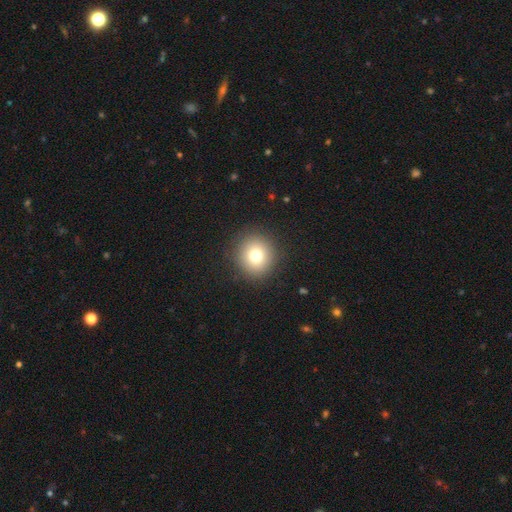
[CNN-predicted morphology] smooth-or-featured: smooth: 76% | star or artifact: 13% | featured or disk: 11%
  how-rounded: round: 91% | in between: 8% | cigar-shaped: 1%
  merging: none: 90% | minor disturbance: 6% | major disturbance: 3% | merger: 1%